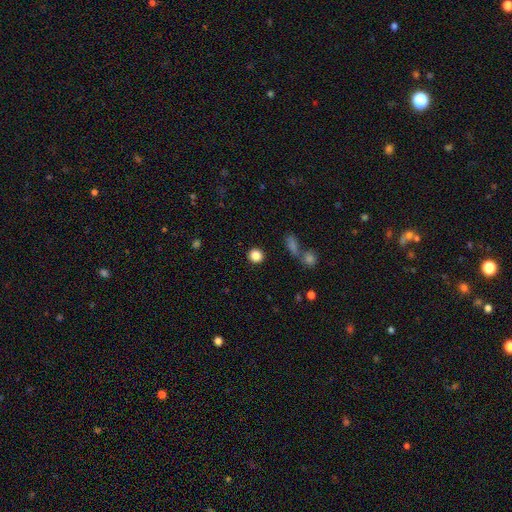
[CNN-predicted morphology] Smooth or featured: smooth — 85% (star or artifact — 10%)
How rounded: round — 88% (in between — 10%)
Merging: none — 88% (minor disturbance — 6%)